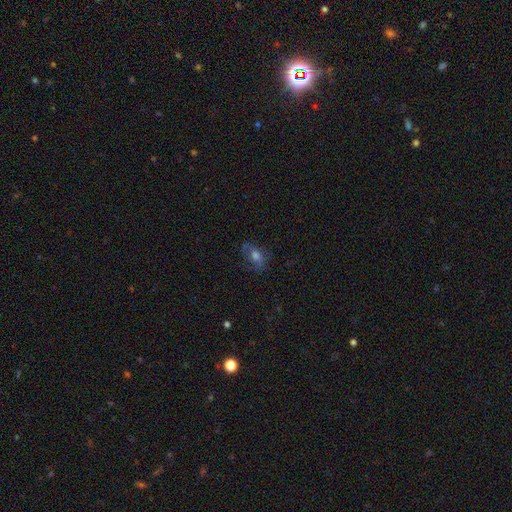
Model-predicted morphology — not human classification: This is marginally a smooth galaxy (44%). Merging: likely none (64%).